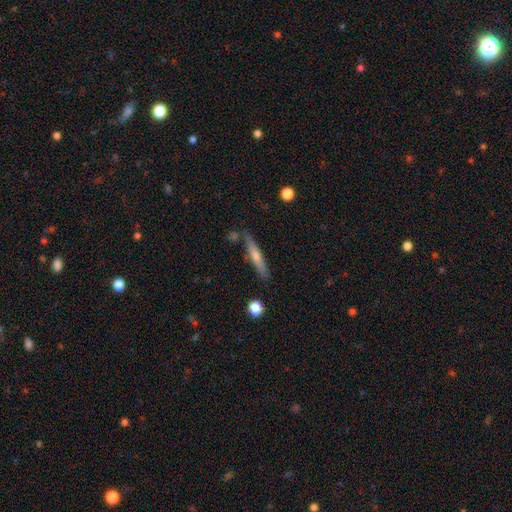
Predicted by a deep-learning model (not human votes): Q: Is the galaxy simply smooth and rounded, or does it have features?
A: featured or disk — 50%.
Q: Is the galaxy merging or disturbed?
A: none — 82%.